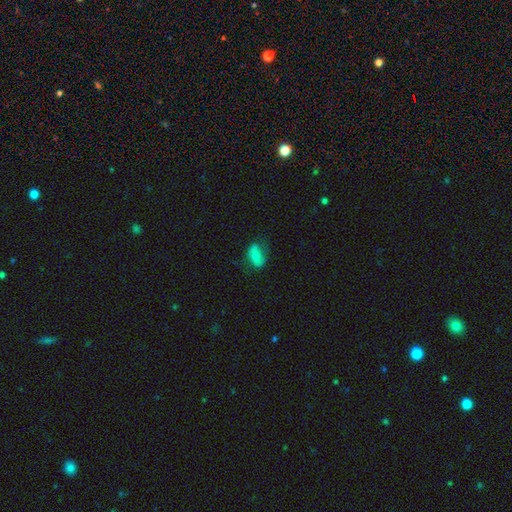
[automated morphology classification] Smooth or featured? Predicted: smooth (p=0.62). How rounded? Predicted: in between (p=0.88). Merging? Predicted: none (p=0.64).